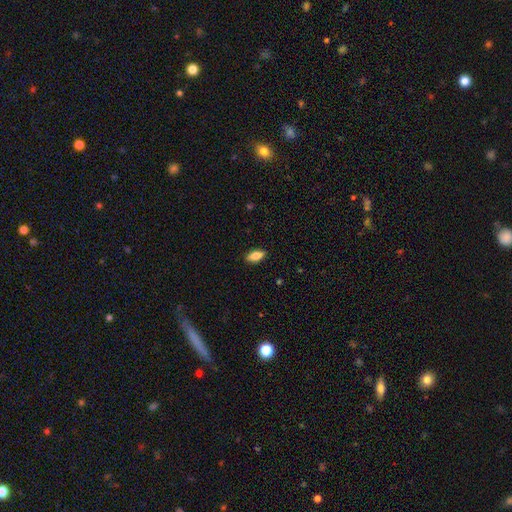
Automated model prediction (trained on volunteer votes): Smooth or featured: smooth — 77% (featured or disk — 16%)
How rounded: in between — 84% (cigar-shaped — 13%)
Merging: none — 89% (minor disturbance — 8%)